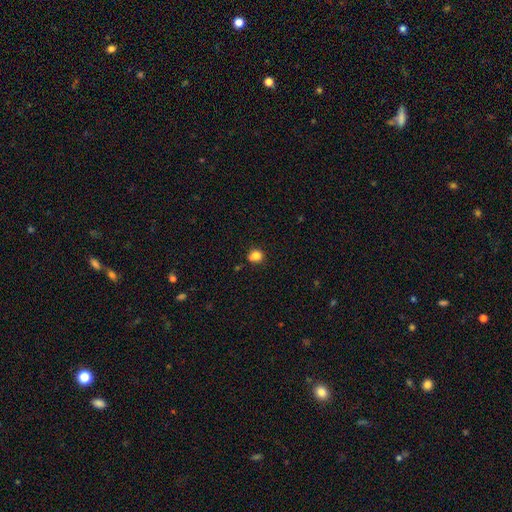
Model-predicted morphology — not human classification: Smooth or featured? Predicted: smooth (p=0.81). How rounded? Predicted: round (p=0.81). Merging? Predicted: none (p=0.64).